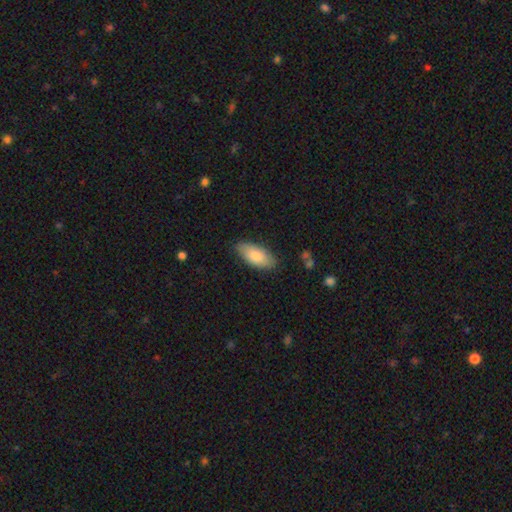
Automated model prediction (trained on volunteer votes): smooth-or-featured: smooth: 78% | featured or disk: 16% | star or artifact: 6%
  how-rounded: in between: 89% | cigar-shaped: 9% | round: 2%
  merging: none: 82% | minor disturbance: 15% | major disturbance: 2% | merger: 1%